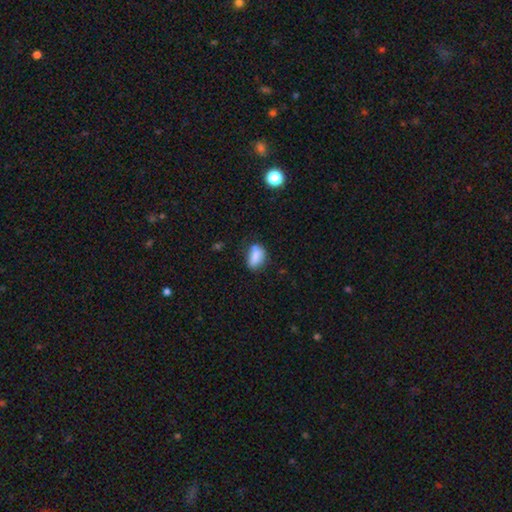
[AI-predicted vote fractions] Q: Smooth or featured?
A: smooth (81%); runner-up: featured or disk (10%)
Q: How rounded?
A: in between (83%); runner-up: round (9%)
Q: Merging?
A: none (60%); runner-up: minor disturbance (28%)